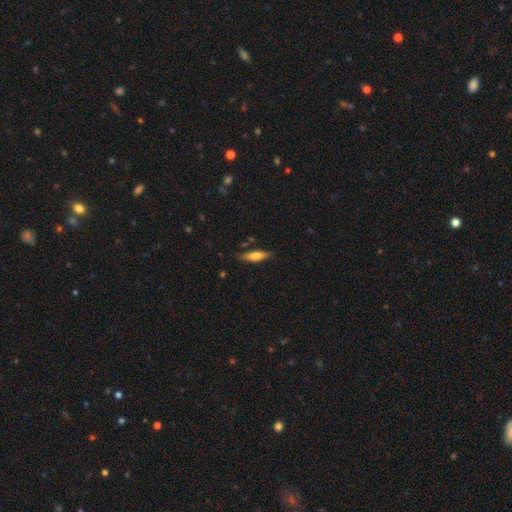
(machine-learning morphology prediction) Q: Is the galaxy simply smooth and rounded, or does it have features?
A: smooth — 61%.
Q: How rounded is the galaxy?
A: cigar-shaped — 62%.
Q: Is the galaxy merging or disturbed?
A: none — 80%.